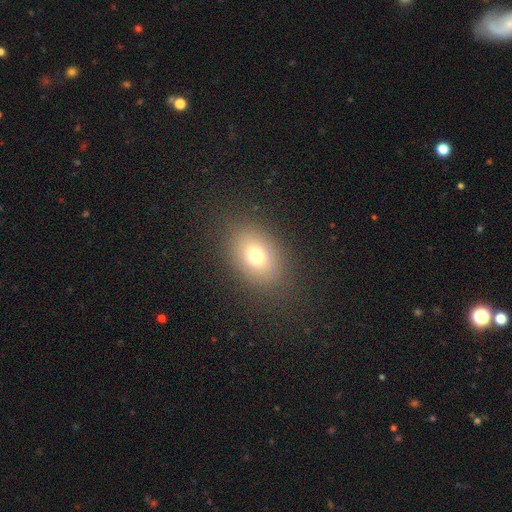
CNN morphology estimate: smooth 72%, star or artifact 14%, featured or disk 14%. Down the decision tree: how rounded — in between (71%); merging — none (83%).